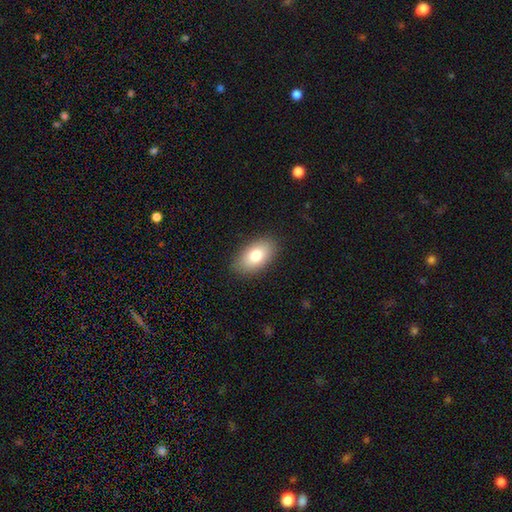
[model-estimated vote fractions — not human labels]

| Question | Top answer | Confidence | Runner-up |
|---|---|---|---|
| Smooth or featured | smooth | 79% | featured or disk (14%) |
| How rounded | in between | 93% | round (5%) |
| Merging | none | 87% | minor disturbance (10%) |